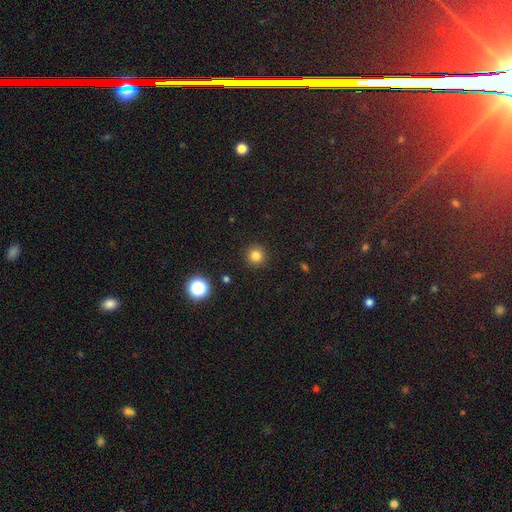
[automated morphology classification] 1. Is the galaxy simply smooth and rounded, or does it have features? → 82% smooth, 13% star or artifact, 5% featured or disk.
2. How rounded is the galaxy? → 95% round, 4% in between, 1% cigar-shaped.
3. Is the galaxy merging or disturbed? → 92% none, 5% minor disturbance, 2% major disturbance, 1% merger.